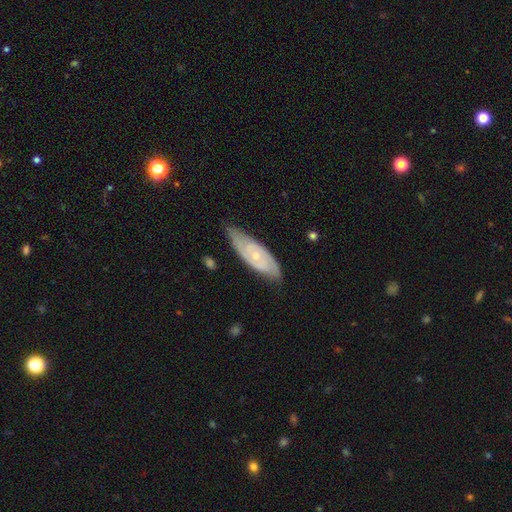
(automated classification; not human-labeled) A featured or disk galaxy (73%) with no bar (70%), 2 (61%) tight (57%) spiral arms (90%) and a small central bulge (71%).

Vote fractions:
- Smooth or featured? featured or disk: 73% / smooth: 21% / star or artifact: 6%
- Edge-on disk? no: 87% / yes: 13%
- Bar? no: 70% / weak: 25% / strong: 5%
- Spiral arms? yes: 90% / no: 10%
- Spiral winding? tight: 57% / medium: 34% / loose: 9%
- Spiral arm count? 2: 61% / can't tell: 25% / 3: 7% / 1: 2% / 4: 2% / more than 4: 2%
- Bulge size? small: 71% / moderate: 24% / none: 3% / large: 1% / dominant: 1%
- Merging? none: 73% / minor disturbance: 22% / major disturbance: 4% / merger: 1%